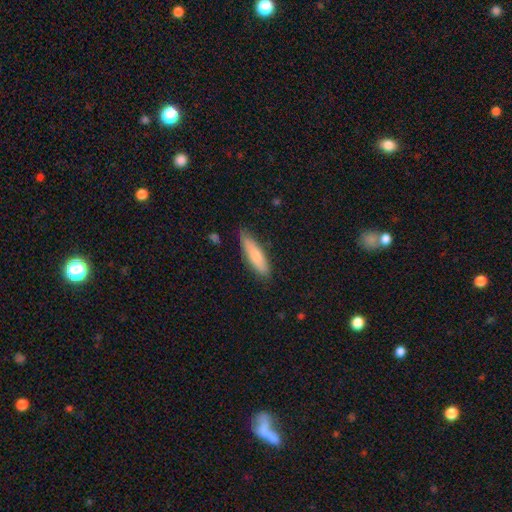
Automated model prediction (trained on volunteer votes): smooth_or_featured: smooth (p=0.77) [alt: featured or disk p=0.17]
how_rounded: cigar-shaped (p=0.68) [alt: in between p=0.31]
merging: none (p=0.79) [alt: minor disturbance p=0.17]